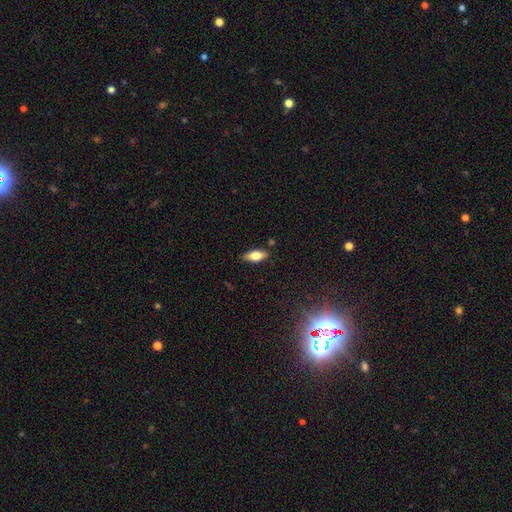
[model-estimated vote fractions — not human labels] Smooth or featured? smooth (68%)
How rounded? in between (81%)
Merging? none (85%)